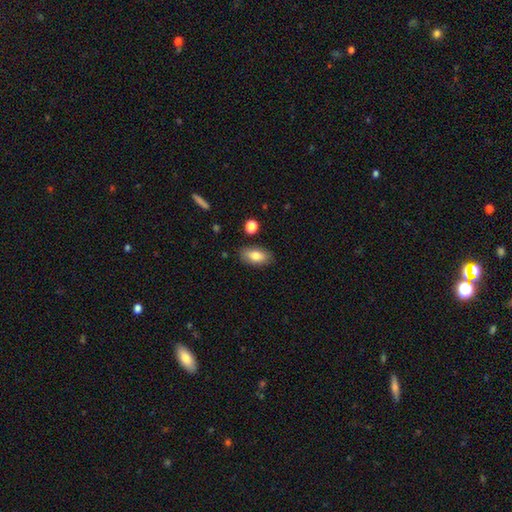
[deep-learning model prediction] A smooth galaxy with no disk features (78%) that is in between round and cigar-shaped (88%). Merging: none (84%).